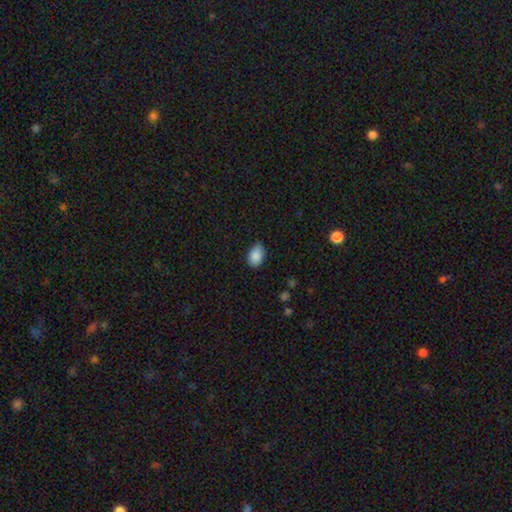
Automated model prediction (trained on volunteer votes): Q: Smooth or featured?
A: smooth (89%); runner-up: star or artifact (7%)
Q: How rounded?
A: in between (87%); runner-up: round (12%)
Q: Merging?
A: none (80%); runner-up: minor disturbance (16%)